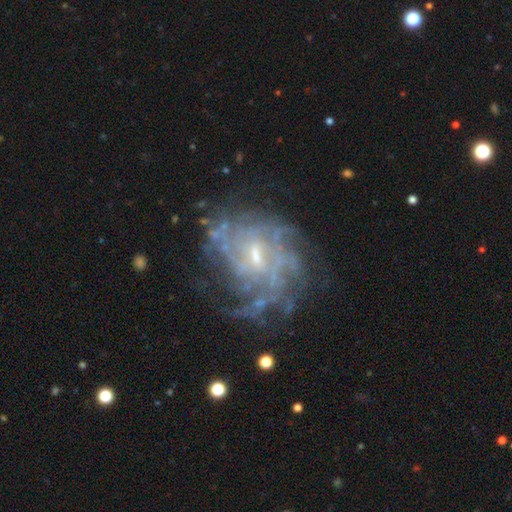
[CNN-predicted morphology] smooth-or-featured: featured or disk: 83% | star or artifact: 10% | smooth: 8%
  disk-edge-on: no: 98% | yes: 2%
    bar: weak: 54% | no: 35% | strong: 11%
    has-spiral-arms: yes: 86% | no: 14%
      spiral-winding: tight: 55% | medium: 32% | loose: 13%
      spiral-arm-count: can't tell: 48% | 4: 16% | more than 4: 14% | 3: 9% | 2: 8% | 1: 5%
    bulge-size: small: 62% | moderate: 29% | none: 6% | large: 1% | dominant: 1%
  merging: none: 62% | minor disturbance: 19% | major disturbance: 16% | merger: 2%